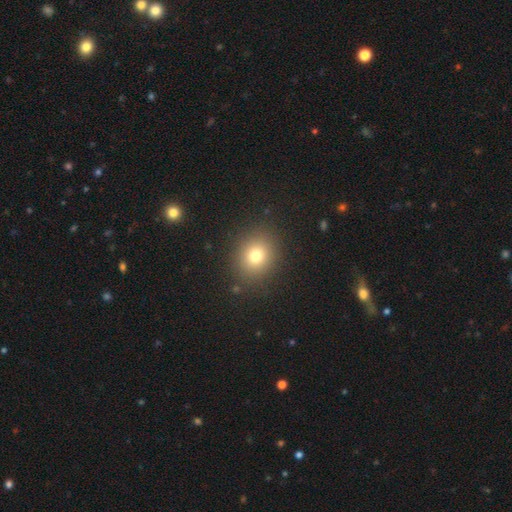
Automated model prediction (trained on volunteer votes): A smooth galaxy with no disk features (75%) that is round (76%).

Vote fractions:
- Smooth or featured? smooth: 75% / star or artifact: 15% / featured or disk: 10%
- How rounded? round: 76% / in between: 23% / cigar-shaped: 1%
- Merging? none: 88% / minor disturbance: 7% / major disturbance: 3% / merger: 1%